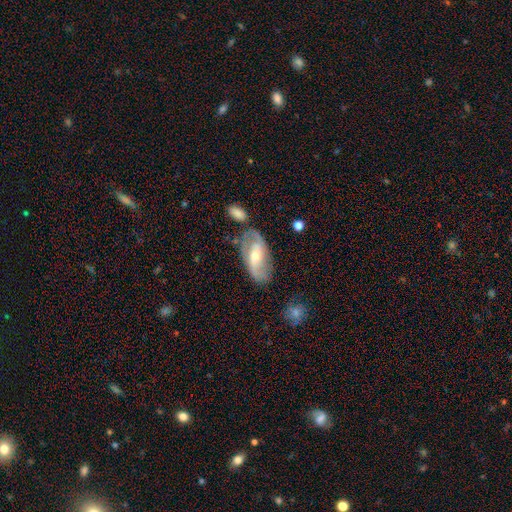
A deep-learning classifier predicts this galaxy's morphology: A featured or disk galaxy (68%) with a weak bar (44%), 2 (79%) loose (40%, tied with medium) spiral arms (85%) and a moderate central bulge (58%). Merging: none (64%).